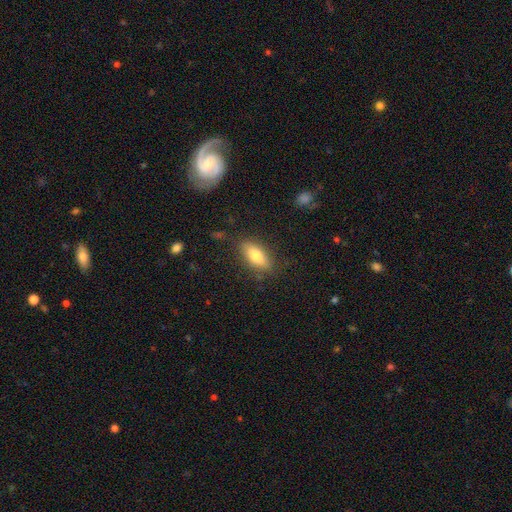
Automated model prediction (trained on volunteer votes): A smooth galaxy with no disk features (76%) that is in between round and cigar-shaped (79%).

Vote fractions:
- Smooth or featured? smooth: 76% / featured or disk: 17% / star or artifact: 7%
- How rounded? in between: 79% / cigar-shaped: 18% / round: 4%
- Merging? none: 81% / minor disturbance: 14% / major disturbance: 4% / merger: 2%